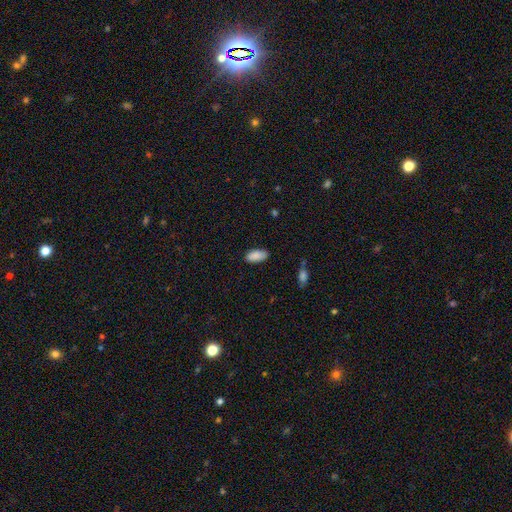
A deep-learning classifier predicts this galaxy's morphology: Smooth or featured?
  - smooth: 89% *
  - star or artifact: 7%
  - featured or disk: 4%
How rounded?
  - in between: 91% *
  - cigar-shaped: 7%
  - round: 2%
Merging?
  - none: 83% *
  - minor disturbance: 13%
  - major disturbance: 3%
  - merger: 1%